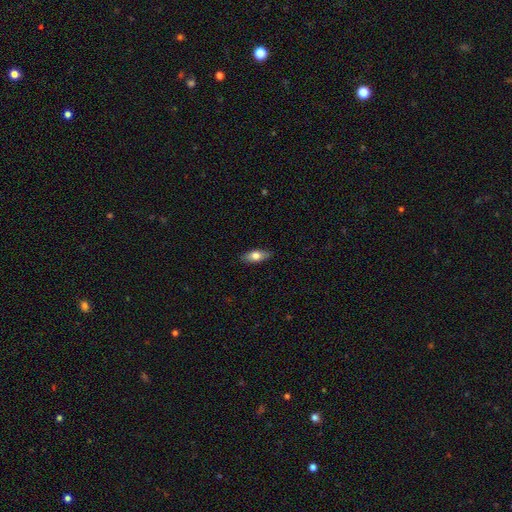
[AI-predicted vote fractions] Smooth or featured? Predicted: smooth (p=0.69). How rounded? Predicted: in between (p=0.73). Merging? Predicted: none (p=0.88).